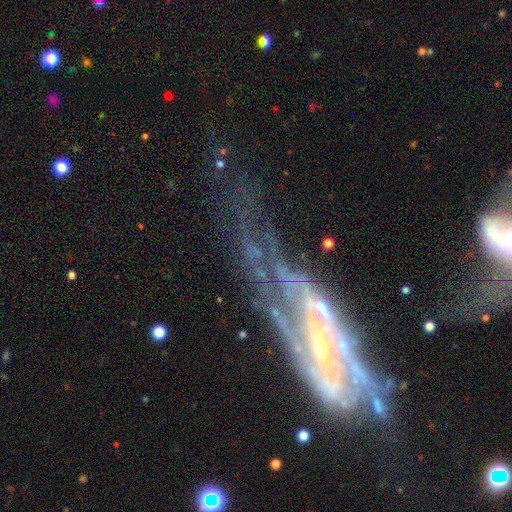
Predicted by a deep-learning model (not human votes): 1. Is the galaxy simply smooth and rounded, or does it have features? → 85% featured or disk, 8% star or artifact, 7% smooth.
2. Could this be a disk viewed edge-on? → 83% no, 17% yes.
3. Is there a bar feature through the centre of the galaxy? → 36% weak, 35% no, 29% strong.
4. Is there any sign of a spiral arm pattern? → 91% yes, 9% no.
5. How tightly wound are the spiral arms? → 45% tight, 38% medium, 16% loose.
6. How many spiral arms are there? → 40% 2, 31% can't tell, 11% 3, 6% 4, 6% 1, 5% more than 4.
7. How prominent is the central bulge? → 67% small, 25% moderate, 4% none, 2% large, 1% dominant.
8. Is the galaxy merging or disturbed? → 48% none, 25% major disturbance, 20% minor disturbance, 6% merger.